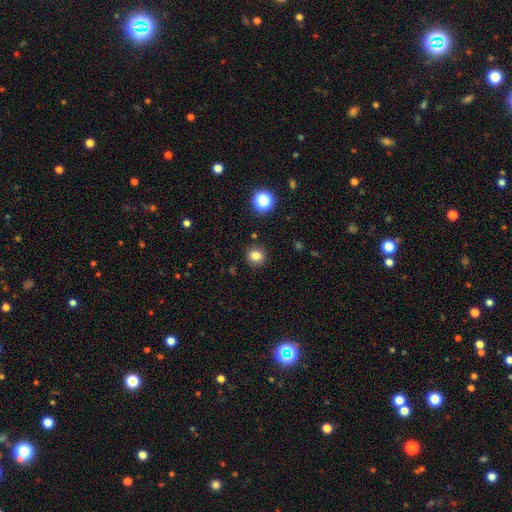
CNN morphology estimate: This appears to be a smooth galaxy with no disk features (80%) that is round (90%). Merging: none (90%).